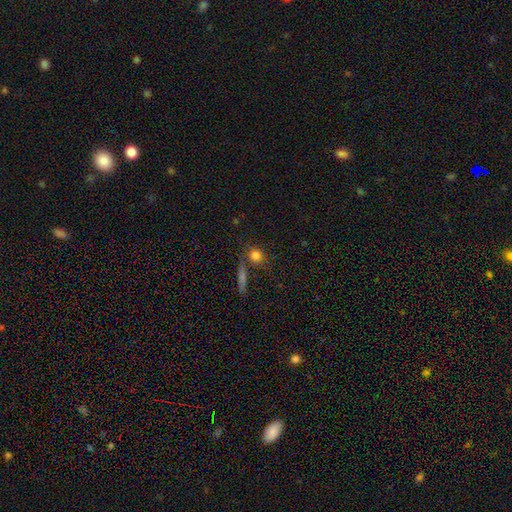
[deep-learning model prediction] smooth_or_featured: smooth (p=0.78) [alt: star or artifact p=0.13]
how_rounded: round (p=0.77) [alt: in between p=0.17]
merging: none (p=0.74) [alt: merger p=0.12]